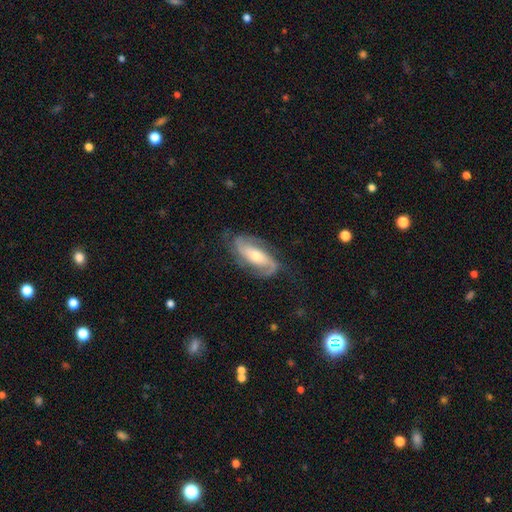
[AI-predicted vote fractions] Overall: featured or disk (84%). Edge-on disk: no (94%). Bar: no (45%; weak 32%). Spiral arms: yes (96%). Spiral arm count: 2 (82%). Spiral winding: medium (46%; tight 30%). Bulge size: moderate (55%; small 36%). Merging: none (73%).